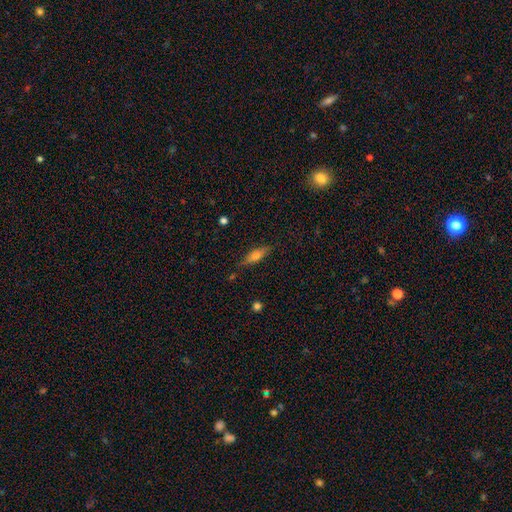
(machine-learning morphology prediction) The model was most divided on "how rounded": cigar-shaped: 51%, in between: 46%, round: 3%. More confident: merging — none (81%); smooth or featured — smooth (59%).